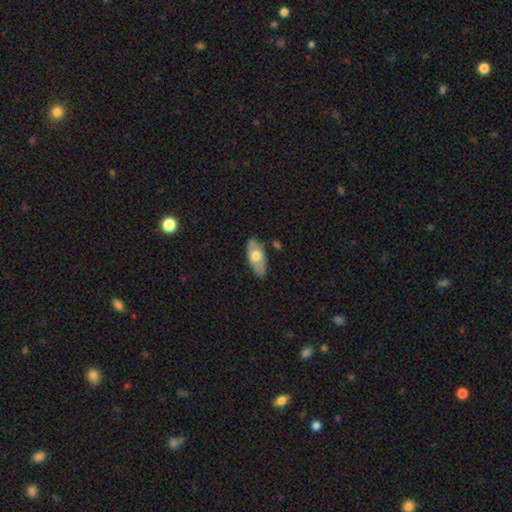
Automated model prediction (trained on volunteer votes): Morphology: type=smooth (61%); roundness=in between (87%); merging=none (77%).